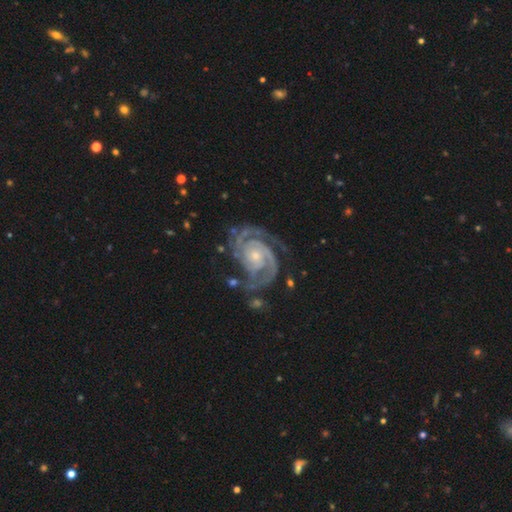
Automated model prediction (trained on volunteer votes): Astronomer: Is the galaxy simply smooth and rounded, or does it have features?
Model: featured or disk — 93%.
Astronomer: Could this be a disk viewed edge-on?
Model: no — 98%.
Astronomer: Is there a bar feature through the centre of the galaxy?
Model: no — 69%.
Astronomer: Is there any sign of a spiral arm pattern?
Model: yes — 99%.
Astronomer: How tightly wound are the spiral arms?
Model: tight — 66%.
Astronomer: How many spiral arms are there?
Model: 2 — 75%.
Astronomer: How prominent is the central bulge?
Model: small — 68%.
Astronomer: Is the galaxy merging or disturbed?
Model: none — 70%.